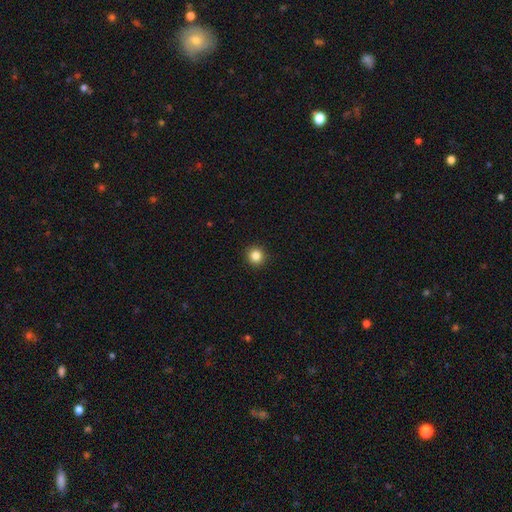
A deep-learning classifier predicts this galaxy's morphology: Smooth or featured? smooth (85%)
How rounded? round (94%)
Merging? none (93%)